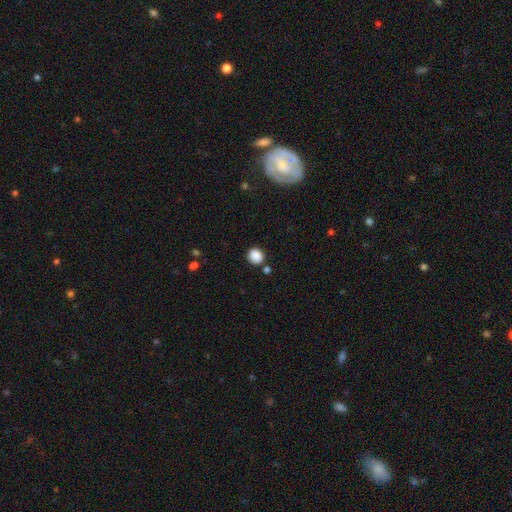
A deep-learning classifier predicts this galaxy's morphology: Smooth or featured? smooth (87%)
How rounded? round (79%)
Merging? none (81%)